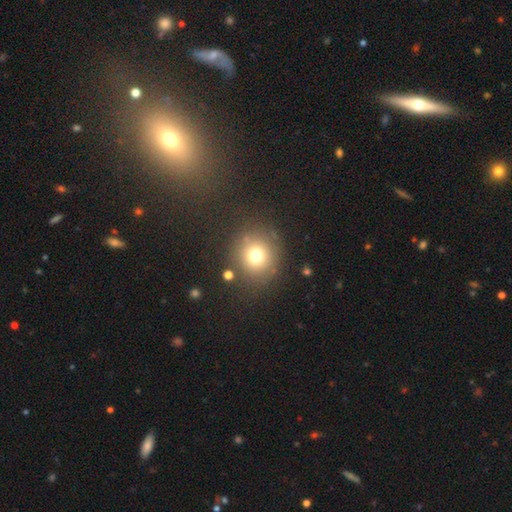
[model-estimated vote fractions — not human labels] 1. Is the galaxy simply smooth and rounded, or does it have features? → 73% smooth, 16% star or artifact, 11% featured or disk.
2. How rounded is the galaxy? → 89% round, 10% in between, 1% cigar-shaped.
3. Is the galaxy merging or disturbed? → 82% none, 9% minor disturbance, 5% major disturbance, 4% merger.